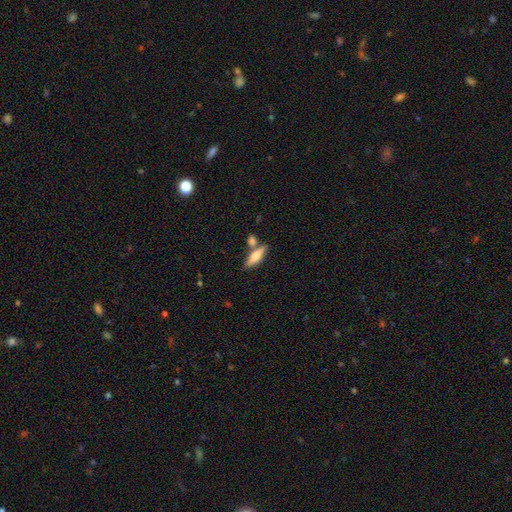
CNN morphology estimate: type=smooth (65%); roundness=cigar-shaped (52%); merging=none (63%).